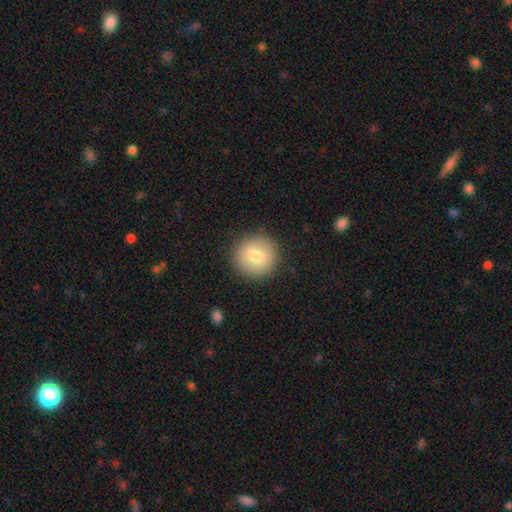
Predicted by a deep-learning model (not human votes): Overall: smooth (78%). How rounded: round (94%). Merging: none (90%).